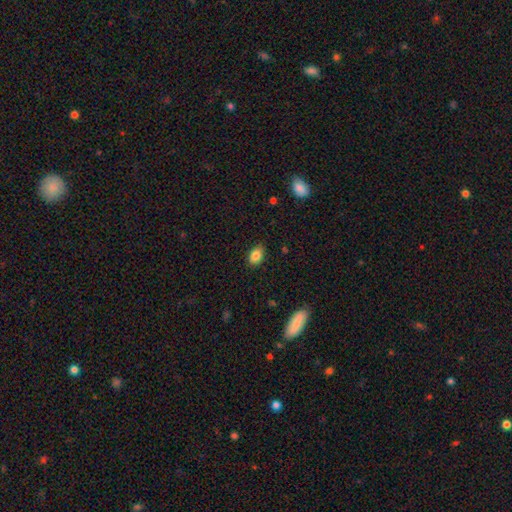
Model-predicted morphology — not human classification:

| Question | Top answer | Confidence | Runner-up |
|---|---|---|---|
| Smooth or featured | smooth | 84% | star or artifact (9%) |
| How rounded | in between | 82% | round (17%) |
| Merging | none | 82% | minor disturbance (14%) |